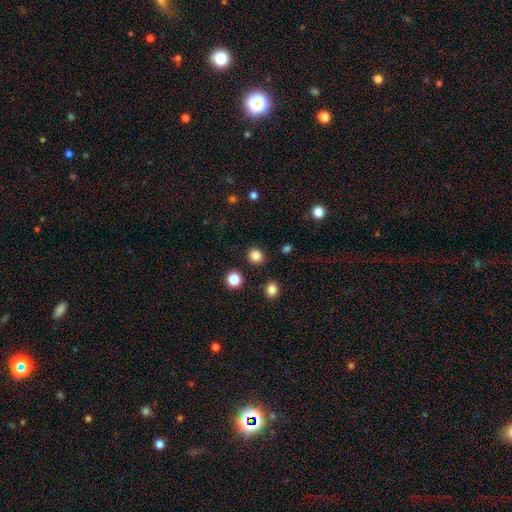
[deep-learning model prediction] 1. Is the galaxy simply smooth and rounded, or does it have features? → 84% smooth, 12% star or artifact, 4% featured or disk.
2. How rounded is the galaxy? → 85% round, 14% in between, 1% cigar-shaped.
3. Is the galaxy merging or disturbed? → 89% none, 6% minor disturbance, 2% merger, 2% major disturbance.